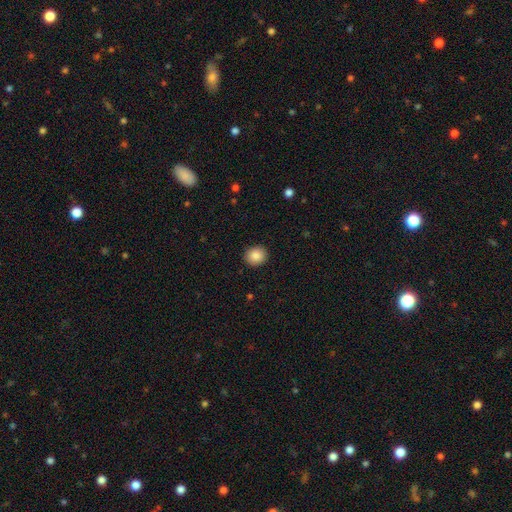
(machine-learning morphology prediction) smooth-or-featured: smooth: 87% | star or artifact: 8% | featured or disk: 5%
  how-rounded: round: 78% | in between: 21% | cigar-shaped: 1%
  merging: none: 91% | minor disturbance: 6% | major disturbance: 2% | merger: 1%